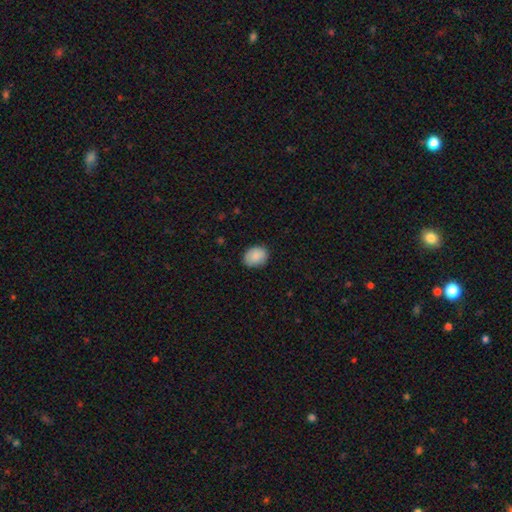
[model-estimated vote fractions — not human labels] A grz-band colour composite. It shows a smooth galaxy with no disk features (88%) that is in between round and cigar-shaped (62%). Merging: none (85%).